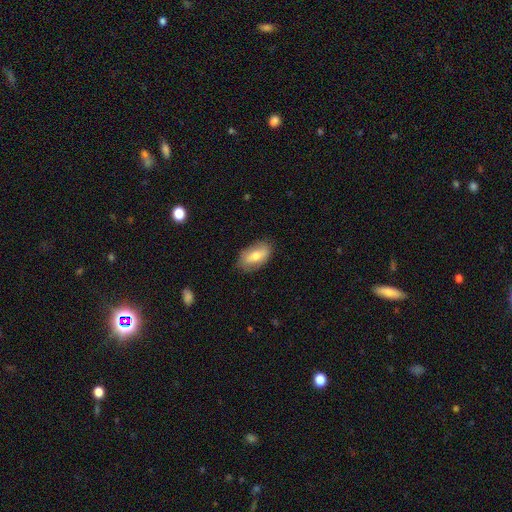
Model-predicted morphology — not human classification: Smooth or featured?
  - smooth: 68% *
  - featured or disk: 26%
  - star or artifact: 7%
How rounded?
  - in between: 91% *
  - cigar-shaped: 5%
  - round: 5%
Merging?
  - none: 80% *
  - minor disturbance: 16%
  - major disturbance: 3%
  - merger: 1%